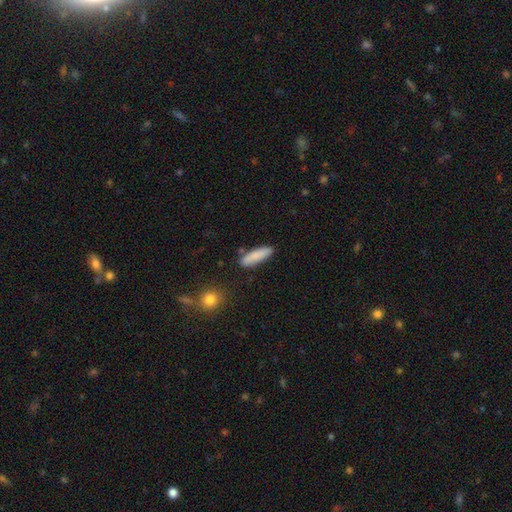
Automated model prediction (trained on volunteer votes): Overall: smooth (85%). How rounded: cigar-shaped (64%; in between 34%). Merging: none (83%).